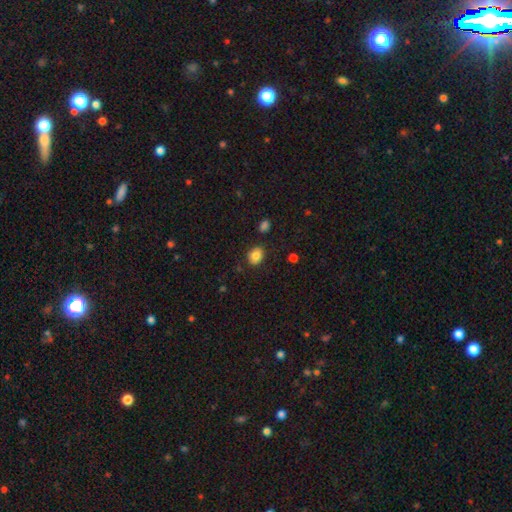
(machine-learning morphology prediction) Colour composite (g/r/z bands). It shows a smooth galaxy with no disk features (84%) that is in between round and cigar-shaped (57%). Merging: none (84%).